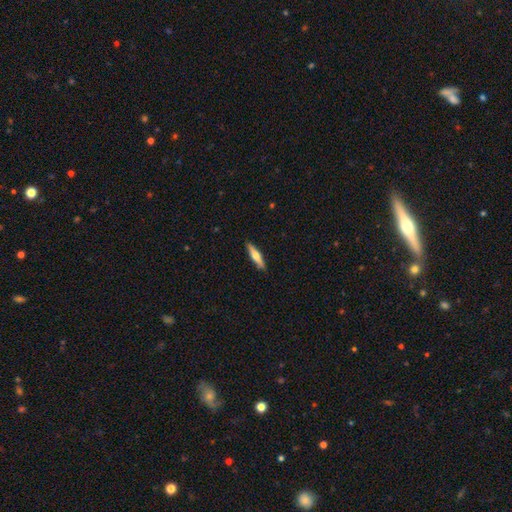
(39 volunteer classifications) A featured or disk galaxy (59%) viewed edge-on (87%) with a rounded central bulge (80%). Merging: none (77%).